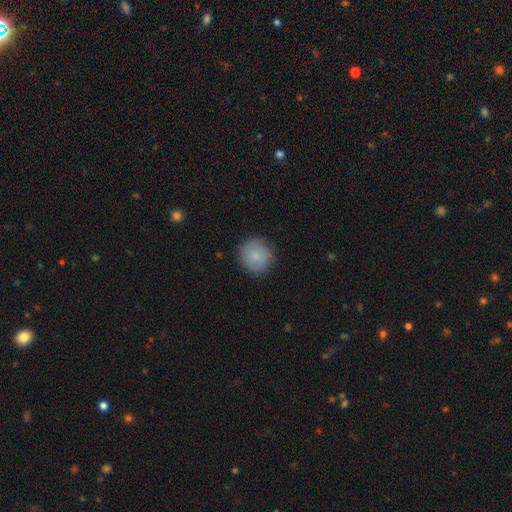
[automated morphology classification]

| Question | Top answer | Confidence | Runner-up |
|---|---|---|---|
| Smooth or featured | smooth | 86% | star or artifact (7%) |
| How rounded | round | 92% | in between (7%) |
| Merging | none | 86% | minor disturbance (10%) |